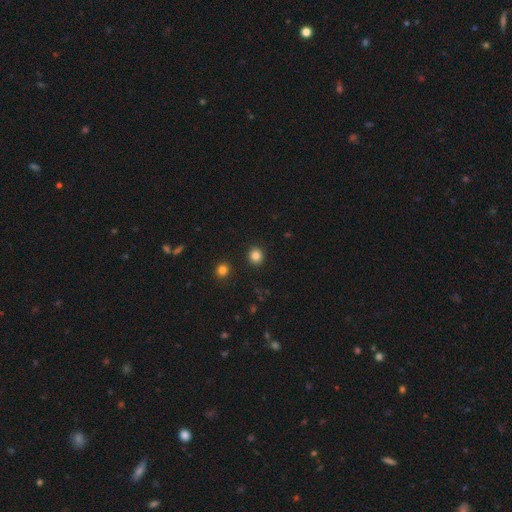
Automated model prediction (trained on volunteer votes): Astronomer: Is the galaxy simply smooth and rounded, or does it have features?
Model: smooth — 85%.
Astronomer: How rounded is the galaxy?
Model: round — 86%.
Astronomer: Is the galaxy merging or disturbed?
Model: none — 92%.